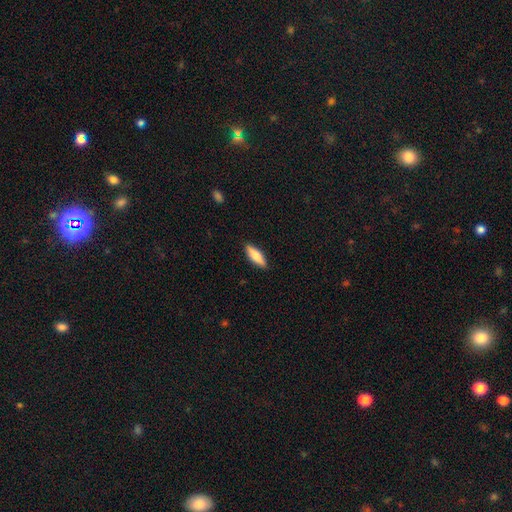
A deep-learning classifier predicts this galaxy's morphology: smooth-or-featured: smooth: 70% | featured or disk: 24% | star or artifact: 6%
  how-rounded: cigar-shaped: 55% | in between: 43% | round: 2%
  merging: none: 89% | minor disturbance: 8% | major disturbance: 2% | merger: 1%